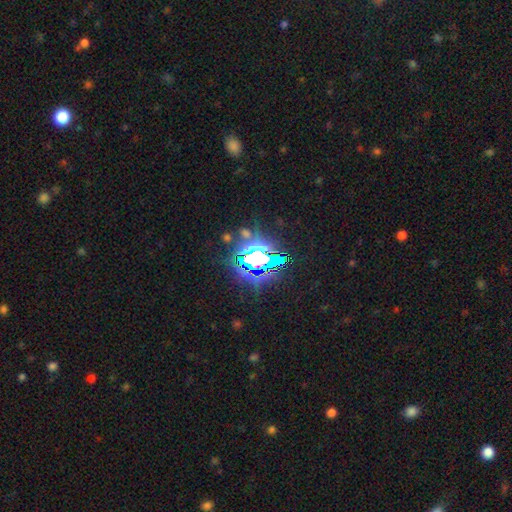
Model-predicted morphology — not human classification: Q: Smooth or featured?
A: star or artifact (82%); runner-up: smooth (9%)